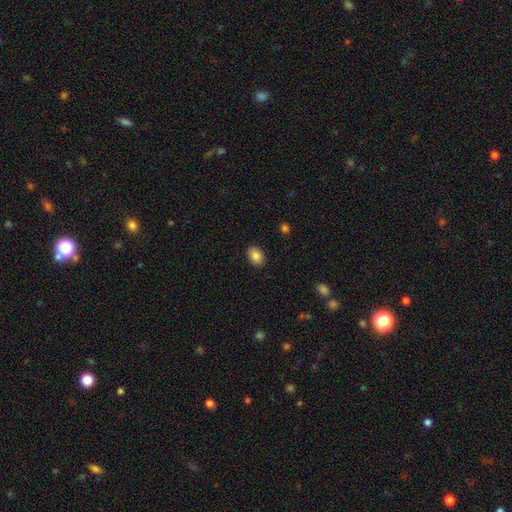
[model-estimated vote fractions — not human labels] The model was most divided on "how rounded": in between: 73%, round: 26%, cigar-shaped: 1%. More confident: merging — none (89%); smooth or featured — smooth (86%).